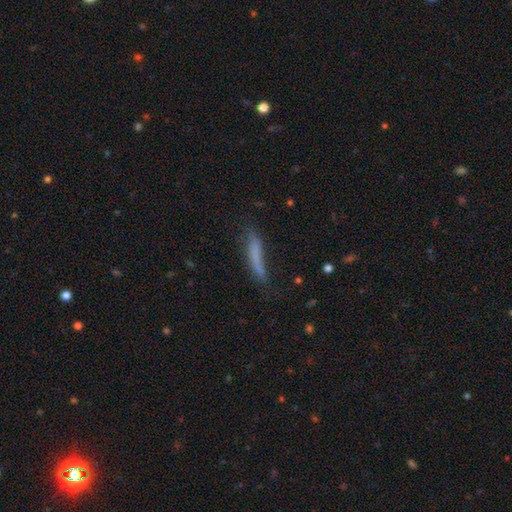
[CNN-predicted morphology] A smooth galaxy with no disk features (66%) that is cigar-shaped (89%). Merging: none (55%).